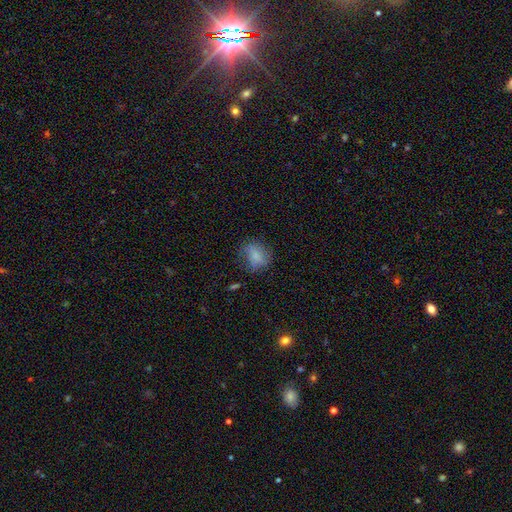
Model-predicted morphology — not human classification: A smooth galaxy with no disk features (74%) that is round (55%).

Vote fractions:
- Smooth or featured? smooth: 74% / featured or disk: 16% / star or artifact: 10%
- How rounded? round: 55% / in between: 43% / cigar-shaped: 2%
- Merging? none: 60% / minor disturbance: 25% / major disturbance: 13% / merger: 2%